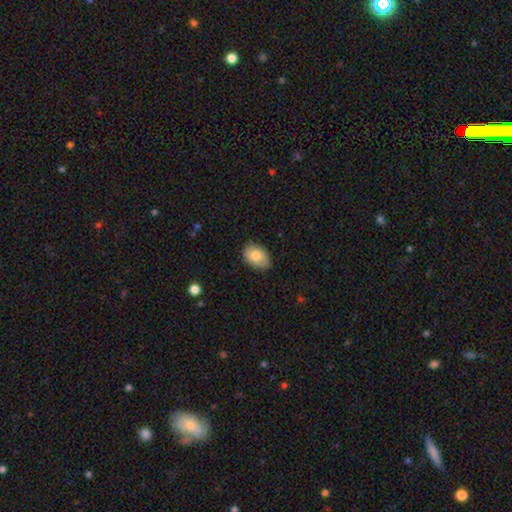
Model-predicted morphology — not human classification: Q: Smooth or featured?
A: smooth (84%); runner-up: featured or disk (9%)
Q: How rounded?
A: in between (84%); runner-up: round (15%)
Q: Merging?
A: none (80%); runner-up: minor disturbance (17%)